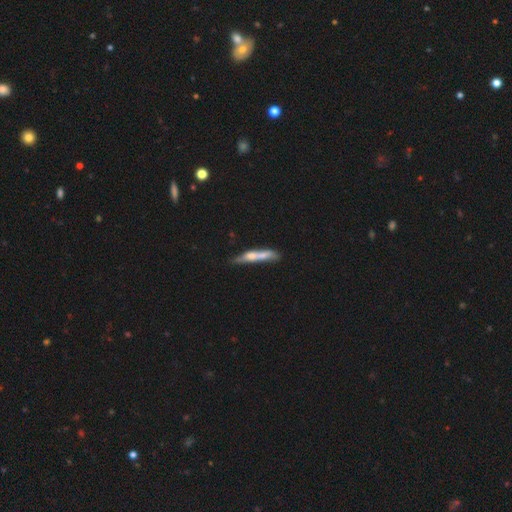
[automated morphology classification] A smooth galaxy with no disk features (51%) that is cigar-shaped (88%).

Vote fractions:
- Smooth or featured? smooth: 51% / featured or disk: 41% / star or artifact: 7%
- How rounded? cigar-shaped: 88% / in between: 10% / round: 2%
- Merging? none: 44% / minor disturbance: 23% / merger: 21% / major disturbance: 12%